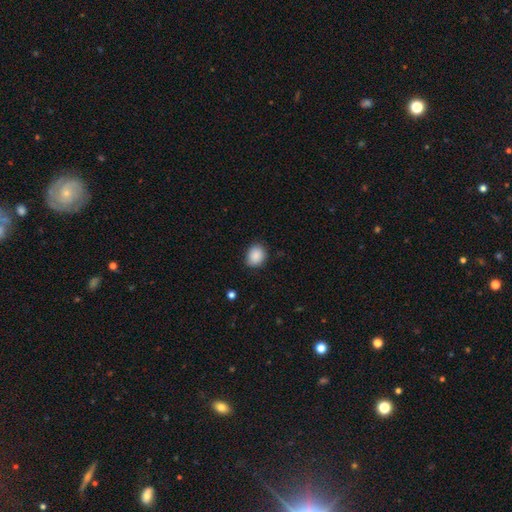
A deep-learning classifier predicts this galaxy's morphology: Overall: smooth (89%). How rounded: round (51%; in between 48%). Merging: none (84%).